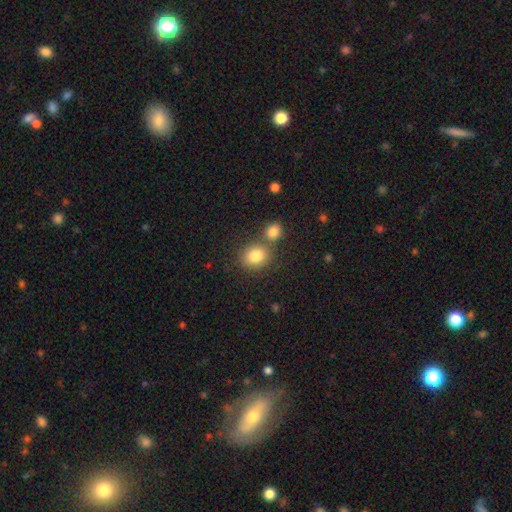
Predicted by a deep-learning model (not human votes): Smooth or featured: smooth — 83% (star or artifact — 10%)
How rounded: round — 64% (in between — 35%)
Merging: none — 57% (merger — 30%)